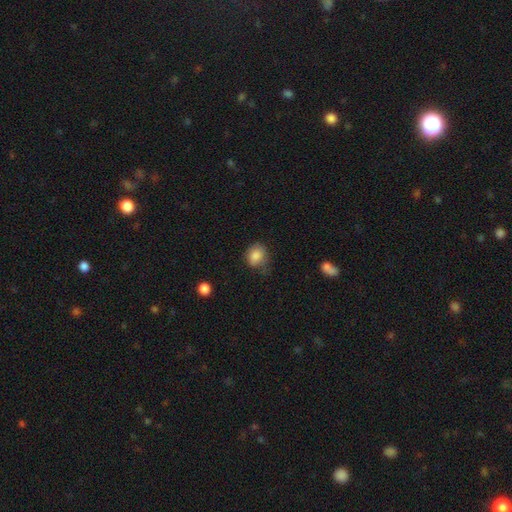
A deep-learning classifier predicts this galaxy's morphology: Smooth or featured? Predicted: smooth (p=0.85). How rounded? Predicted: round (p=0.58). Merging? Predicted: none (p=0.57).